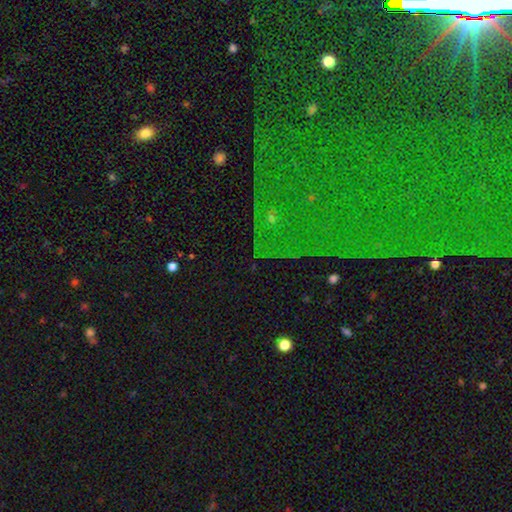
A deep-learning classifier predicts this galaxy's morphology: The model was most divided on "smooth or featured": star or artifact: 68%, smooth: 17%, featured or disk: 15%.